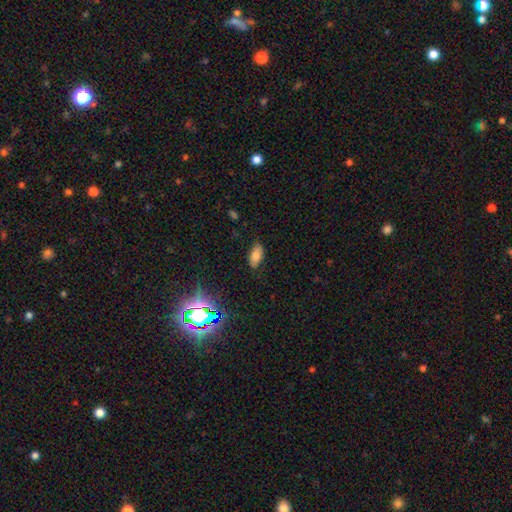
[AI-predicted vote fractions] Q: Smooth or featured?
A: smooth (72%); runner-up: featured or disk (15%)
Q: How rounded?
A: in between (91%); runner-up: cigar-shaped (5%)
Q: Merging?
A: none (81%); runner-up: minor disturbance (14%)